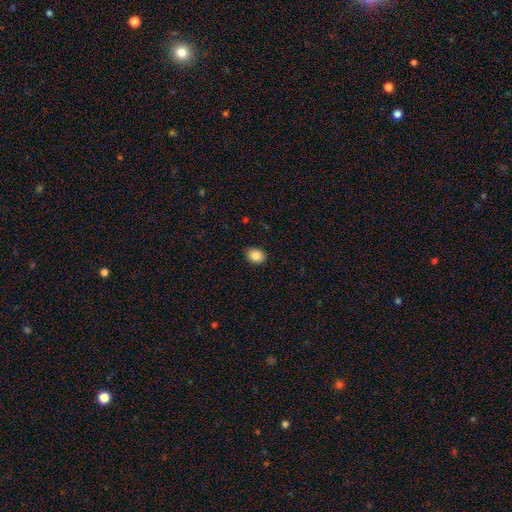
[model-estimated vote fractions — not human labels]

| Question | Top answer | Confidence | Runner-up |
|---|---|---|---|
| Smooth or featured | smooth | 86% | star or artifact (9%) |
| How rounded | in between | 56% | round (43%) |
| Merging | none | 88% | minor disturbance (9%) |